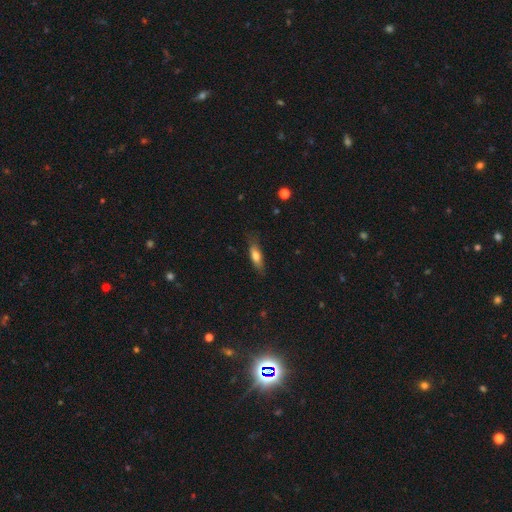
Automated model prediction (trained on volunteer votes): Smooth or featured? smooth (67%)
How rounded? cigar-shaped (53%)
Merging? none (75%)